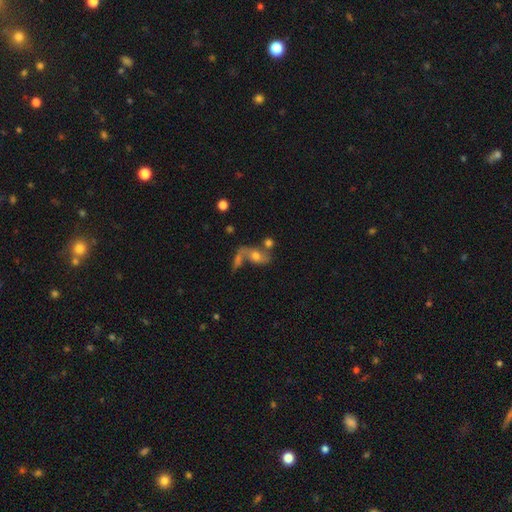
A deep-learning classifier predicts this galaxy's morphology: This appears to be a featured or disk galaxy (43%). Merging: merger (45%).